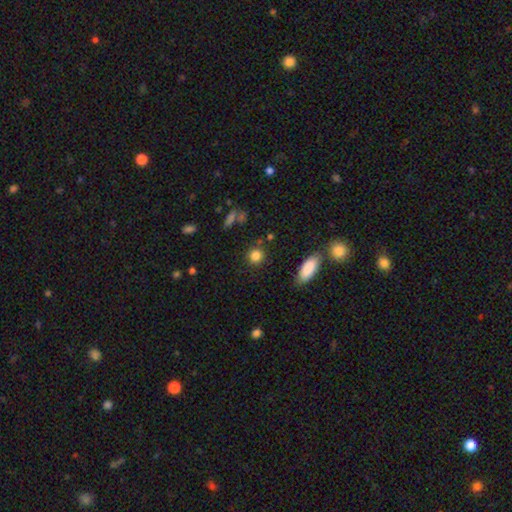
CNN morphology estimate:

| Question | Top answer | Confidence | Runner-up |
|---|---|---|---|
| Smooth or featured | smooth | 84% | star or artifact (10%) |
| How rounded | round | 85% | in between (13%) |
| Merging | none | 86% | minor disturbance (8%) |